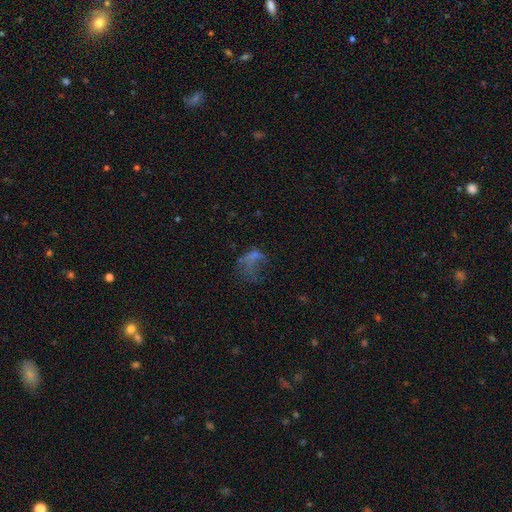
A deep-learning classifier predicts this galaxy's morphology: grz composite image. It shows a smooth galaxy with no disk features (38%). Merging: major disturbance (47%).